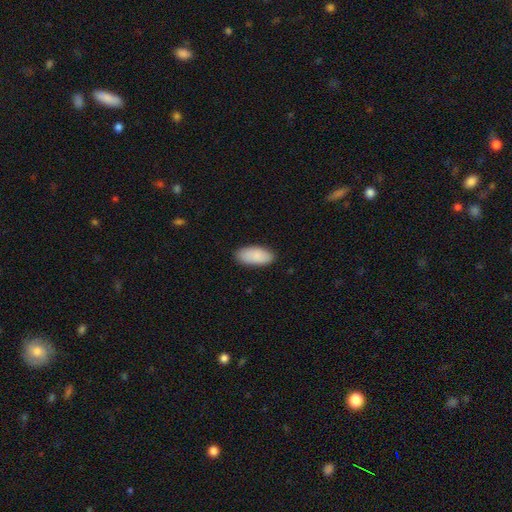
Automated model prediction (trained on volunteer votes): This is clearly a smooth galaxy (89%). How rounded: clearly in between (90%). Merging: clearly none (87%).